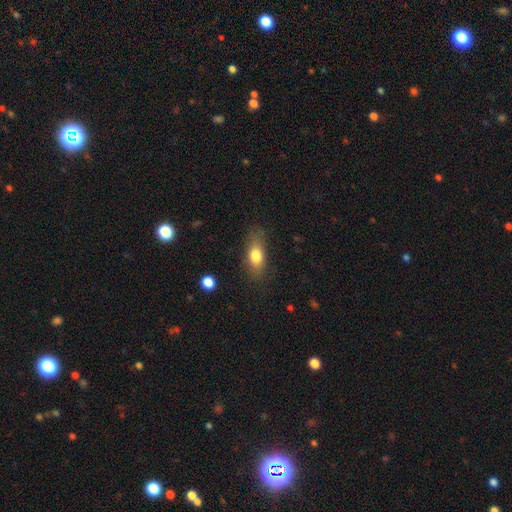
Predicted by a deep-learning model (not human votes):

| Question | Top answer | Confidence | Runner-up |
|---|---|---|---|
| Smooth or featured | smooth | 77% | featured or disk (15%) |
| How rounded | in between | 78% | cigar-shaped (14%) |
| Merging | none | 73% | minor disturbance (19%) |